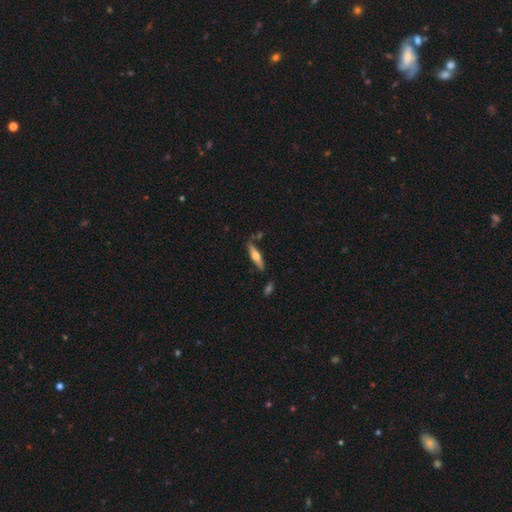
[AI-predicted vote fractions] Q: Smooth or featured?
A: smooth (48%); runner-up: featured or disk (46%)
Q: Merging?
A: none (77%); runner-up: minor disturbance (14%)